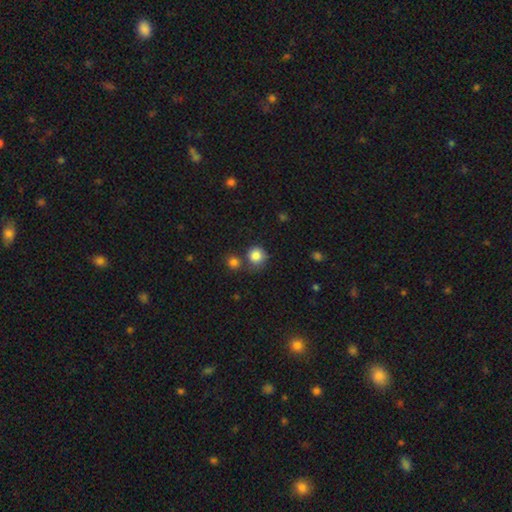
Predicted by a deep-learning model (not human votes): Morphology: type=smooth (85%); roundness=round (90%); merging=none (64%).